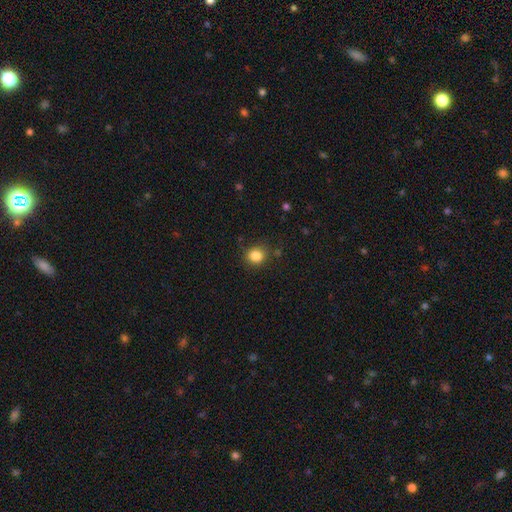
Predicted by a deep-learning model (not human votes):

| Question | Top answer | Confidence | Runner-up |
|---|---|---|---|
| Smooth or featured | smooth | 85% | star or artifact (11%) |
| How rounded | round | 80% | in between (19%) |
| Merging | none | 83% | minor disturbance (11%) |